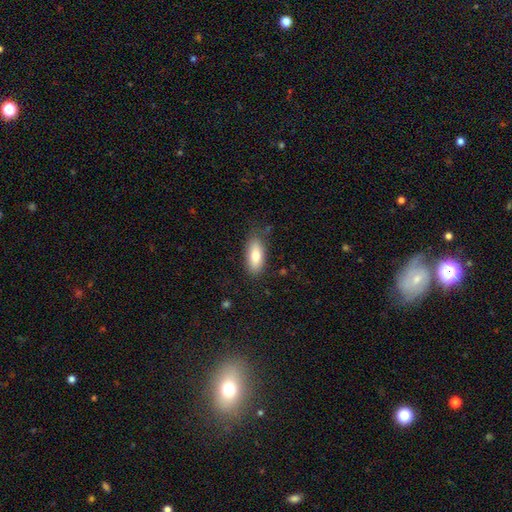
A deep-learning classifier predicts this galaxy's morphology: smooth-or-featured: smooth: 79% | featured or disk: 14% | star or artifact: 7%
  how-rounded: in between: 82% | cigar-shaped: 16% | round: 2%
  merging: none: 80% | minor disturbance: 15% | major disturbance: 4% | merger: 2%